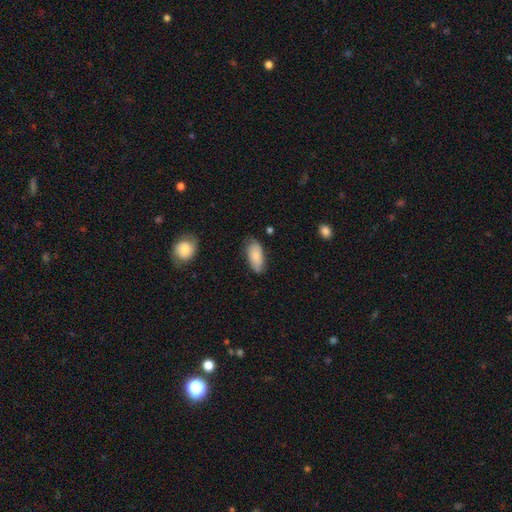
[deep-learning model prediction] smooth_or_featured: smooth (p=0.81) [alt: featured or disk p=0.13]
how_rounded: in between (p=0.91) [alt: cigar-shaped p=0.07]
merging: none (p=0.72) [alt: minor disturbance p=0.22]